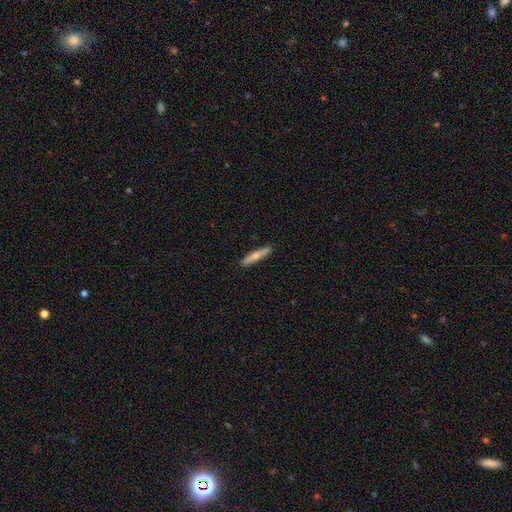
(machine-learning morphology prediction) smooth-or-featured: smooth: 59% | featured or disk: 35% | star or artifact: 5%
  how-rounded: cigar-shaped: 90% | in between: 8% | round: 2%
  merging: none: 91% | minor disturbance: 7% | major disturbance: 1% | merger: 1%